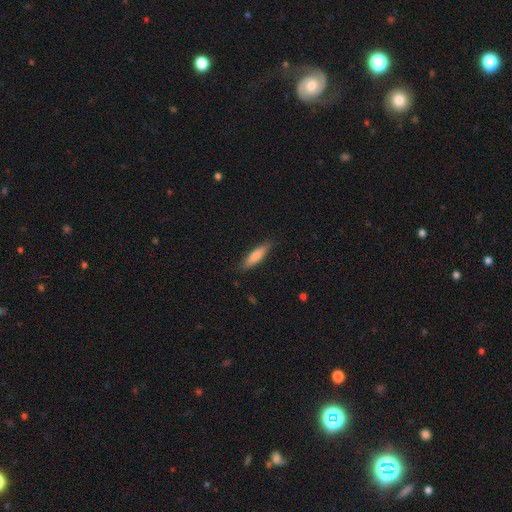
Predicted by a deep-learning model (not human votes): Morphology: type=smooth (80%); roundness=cigar-shaped (64%); merging=none (83%).